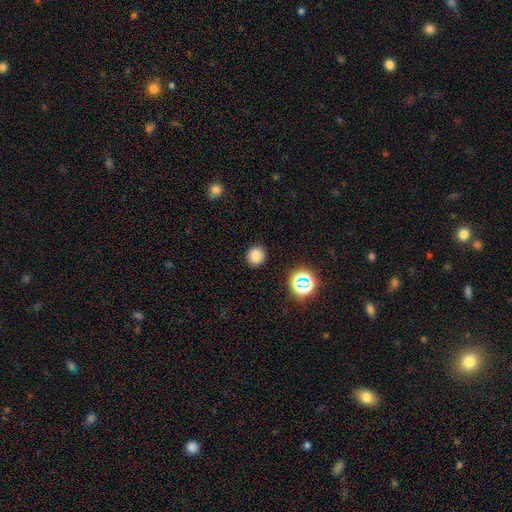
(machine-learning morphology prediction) This appears to be a smooth galaxy with no disk features (79%) that is round (85%). Merging: none (90%).